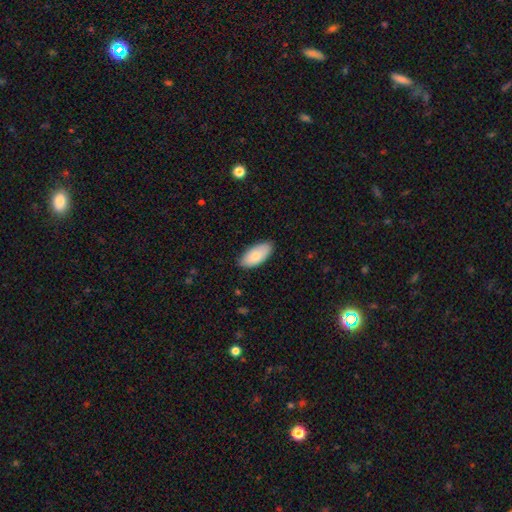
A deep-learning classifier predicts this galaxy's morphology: A smooth galaxy with no disk features (82%) that is in between round and cigar-shaped (93%). Merging: none (85%).